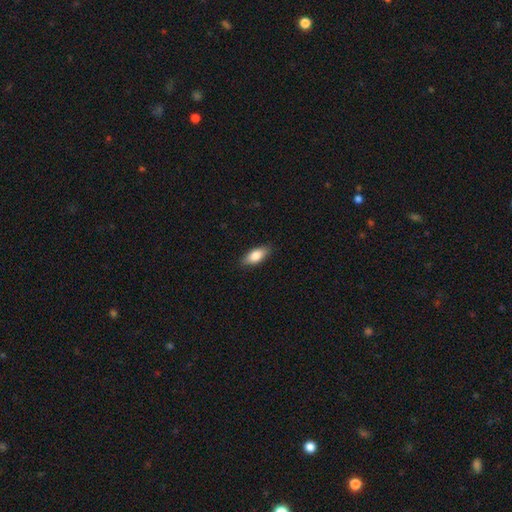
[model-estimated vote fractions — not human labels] This is clearly a smooth galaxy (81%). How rounded: clearly in between (85%). Merging: clearly none (87%).